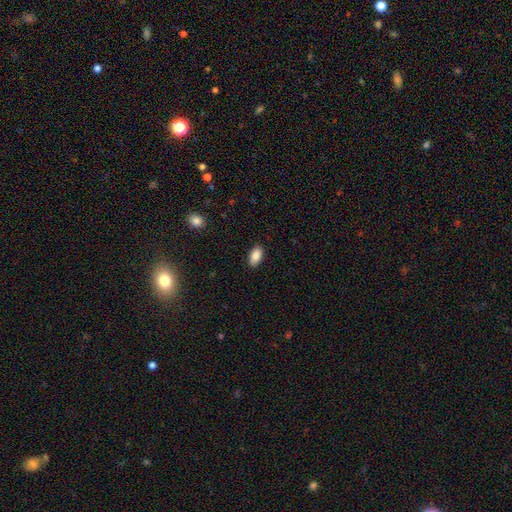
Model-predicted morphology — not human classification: A smooth galaxy with no disk features (89%) that is in between round and cigar-shaped (94%).

Vote fractions:
- Smooth or featured? smooth: 89% / star or artifact: 7% / featured or disk: 4%
- How rounded? in between: 94% / round: 4% / cigar-shaped: 3%
- Merging? none: 88% / minor disturbance: 9% / major disturbance: 2% / merger: 1%